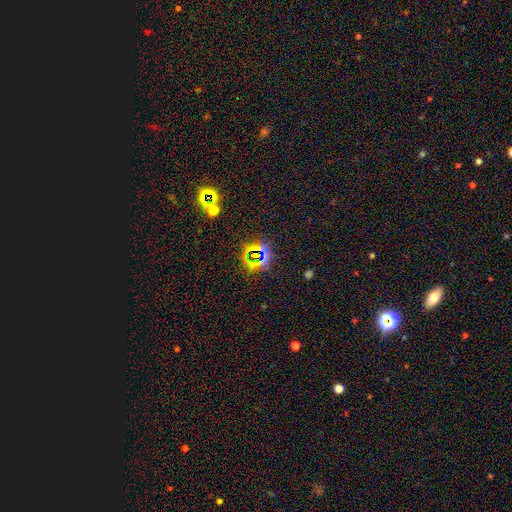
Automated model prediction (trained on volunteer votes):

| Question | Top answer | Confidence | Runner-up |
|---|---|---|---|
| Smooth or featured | star or artifact | 74% | smooth (17%) |